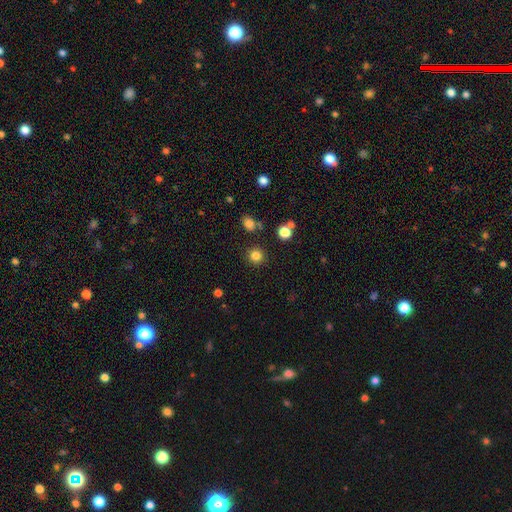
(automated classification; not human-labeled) This appears to be a smooth galaxy with no disk features (82%) that is round (93%). Merging: none (89%).